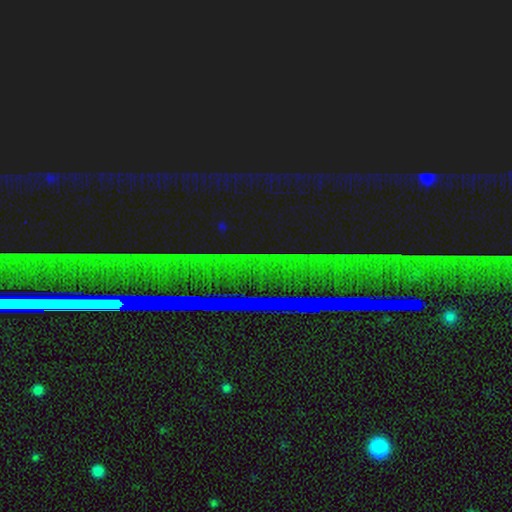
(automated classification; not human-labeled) star or artifact 88%, featured or disk 7%, smooth 5%.